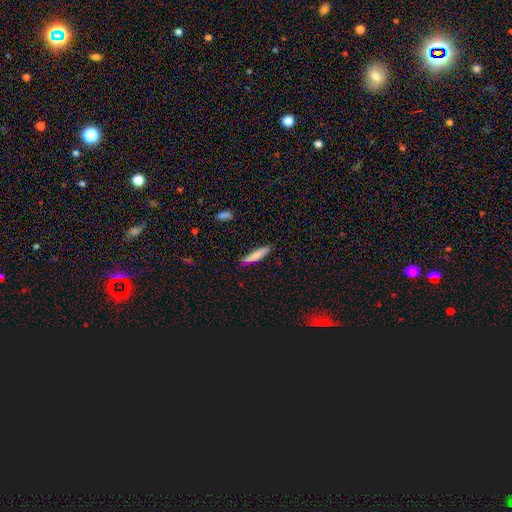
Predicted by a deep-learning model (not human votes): Smooth or featured? Predicted: smooth (p=0.79). How rounded? Predicted: cigar-shaped (p=0.87). Merging? Predicted: none (p=0.85).